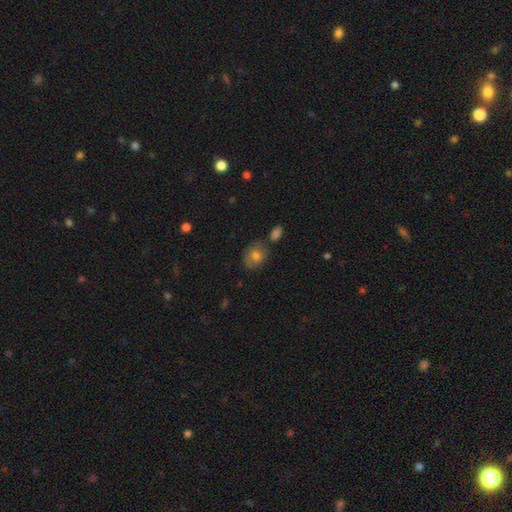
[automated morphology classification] smooth_or_featured: smooth (p=0.72) [alt: featured or disk p=0.19]
how_rounded: round (p=0.53) [alt: in between p=0.46]
merging: none (p=0.69) [alt: minor disturbance p=0.18]